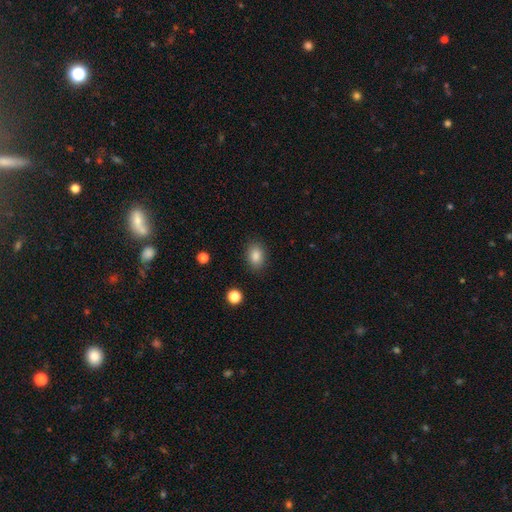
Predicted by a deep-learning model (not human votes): Smooth or featured? Predicted: smooth (p=0.85). How rounded? Predicted: in between (p=0.77). Merging? Predicted: none (p=0.87).